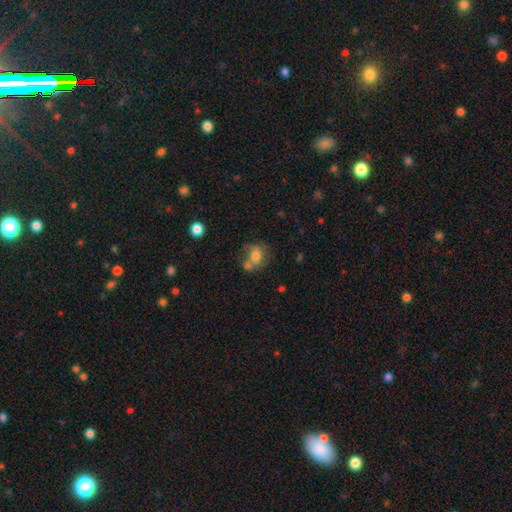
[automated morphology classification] The model was most divided on "merging" (2-way tie): merger: 36%, none: 36%, minor disturbance: 17%, major disturbance: 11%. More confident: smooth or featured — smooth (65%); how rounded — in between (53%).